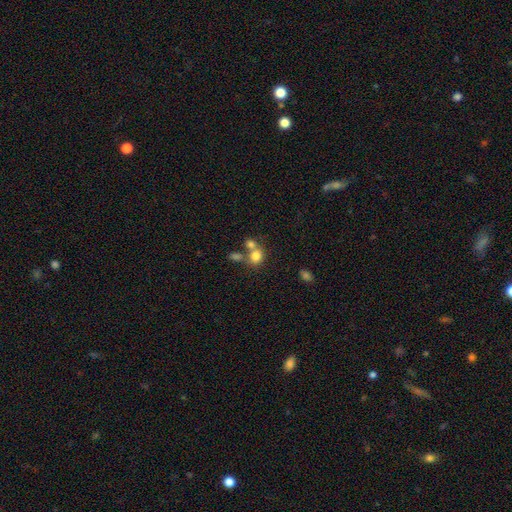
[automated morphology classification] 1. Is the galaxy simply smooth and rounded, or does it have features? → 77% smooth, 12% star or artifact, 11% featured or disk.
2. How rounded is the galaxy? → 73% round, 26% in between, 1% cigar-shaped.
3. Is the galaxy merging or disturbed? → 43% none (tied), 43% merger (tied), 9% minor disturbance, 5% major disturbance.